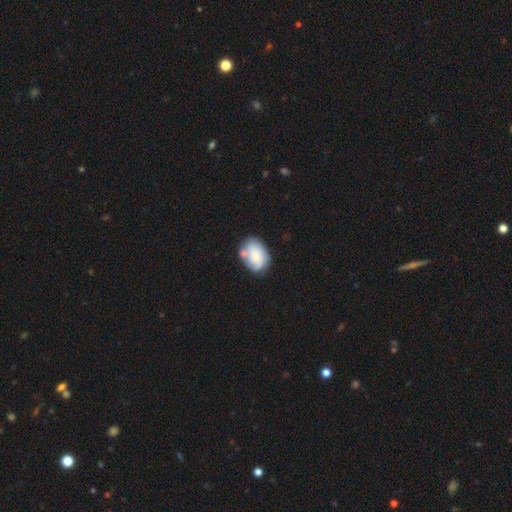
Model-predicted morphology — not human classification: This appears to be a smooth galaxy with no disk features (55%) that is in between round and cigar-shaped (76%). Merging: none (57%).